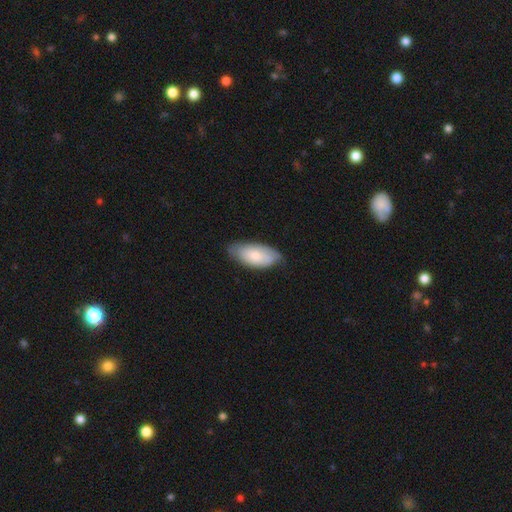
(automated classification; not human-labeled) smooth-or-featured: smooth: 70% | featured or disk: 25% | star or artifact: 6%
  how-rounded: in between: 92% | cigar-shaped: 6% | round: 2%
  merging: none: 67% | minor disturbance: 27% | major disturbance: 5% | merger: 1%